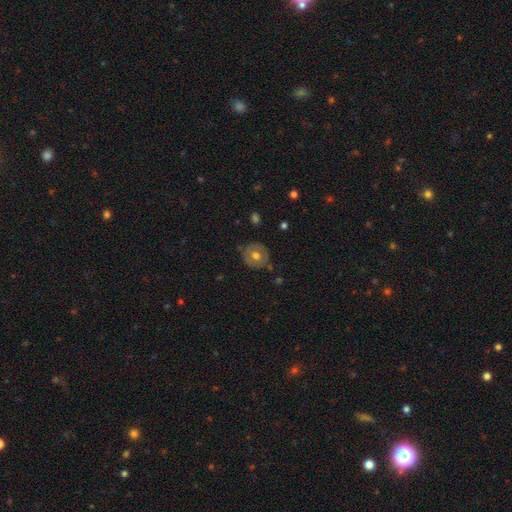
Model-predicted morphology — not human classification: type=smooth (53%); roundness=round (81%); merging=none (78%).